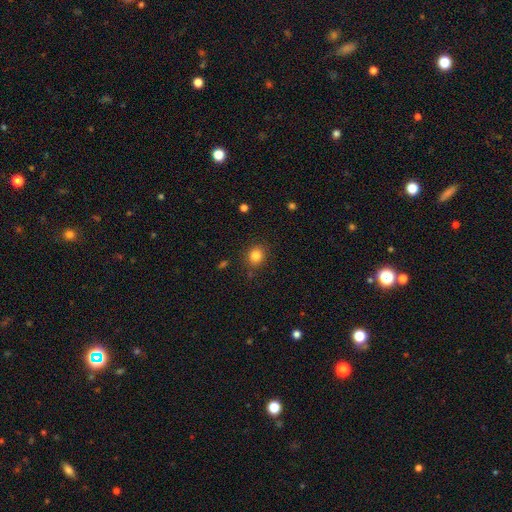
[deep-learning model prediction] Smooth or featured? Predicted: smooth (p=0.83). How rounded? Predicted: round (p=0.78). Merging? Predicted: none (p=0.86).